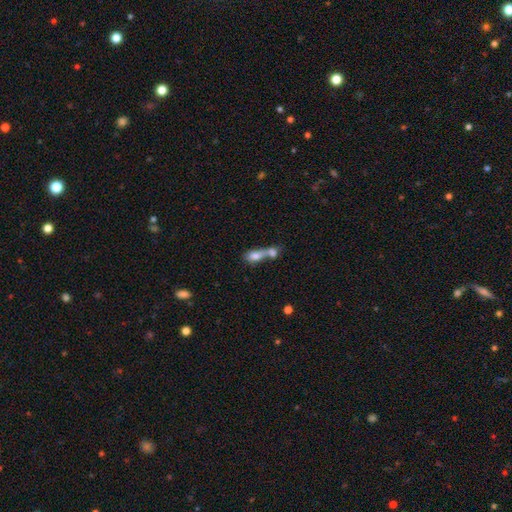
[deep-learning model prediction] Morphology: type=smooth (71%); roundness=in between (65%); merging=merger (73%).